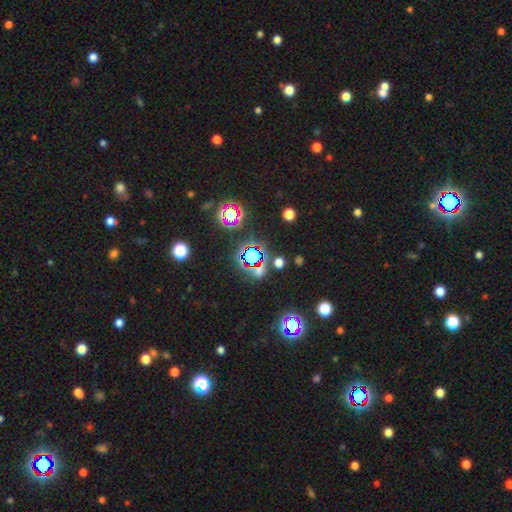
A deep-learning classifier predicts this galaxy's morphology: A star or artifact, not a galaxy (68%).